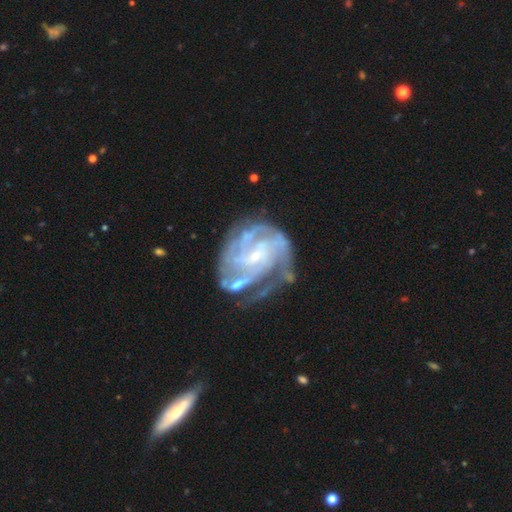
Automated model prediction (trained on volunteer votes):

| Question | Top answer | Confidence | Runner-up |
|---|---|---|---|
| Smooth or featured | featured or disk | 88% | star or artifact (6%) |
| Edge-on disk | no | 98% | yes (2%) |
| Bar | no | 48% | weak (38%) |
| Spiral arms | yes | 96% | no (4%) |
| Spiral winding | tight | 56% | medium (36%) |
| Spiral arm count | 3 | 26% | can't tell (24%) |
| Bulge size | small | 79% | moderate (14%) |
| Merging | none | 49% | minor disturbance (23%) |